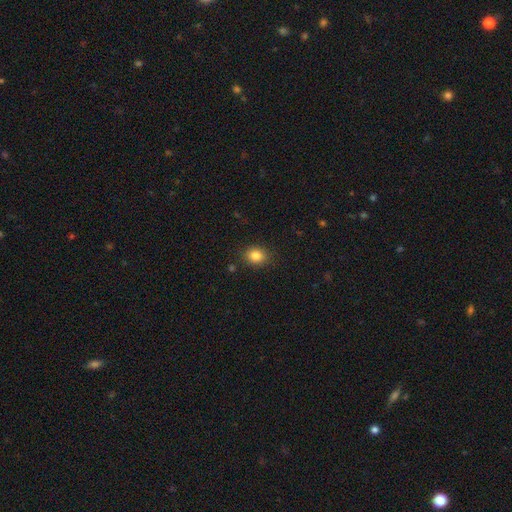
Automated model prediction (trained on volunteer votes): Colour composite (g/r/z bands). It shows a smooth galaxy with no disk features (84%) that is round (60%). Merging: none (88%).